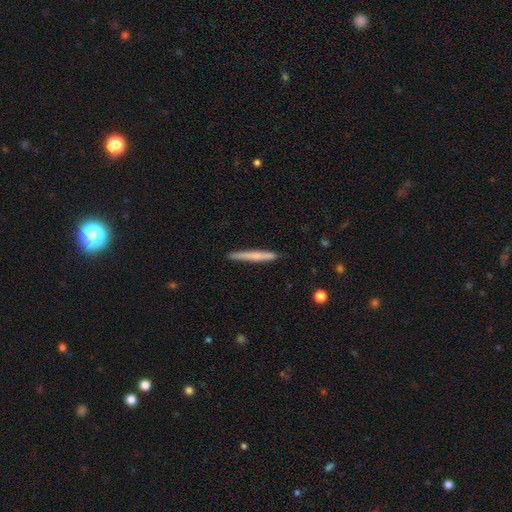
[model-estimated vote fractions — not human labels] Smooth or featured?
  - smooth: 63% *
  - featured or disk: 32%
  - star or artifact: 5%
How rounded?
  - cigar-shaped: 97% *
  - in between: 2%
  - round: 1%
Merging?
  - none: 89% *
  - minor disturbance: 9%
  - major disturbance: 1%
  - merger: 1%